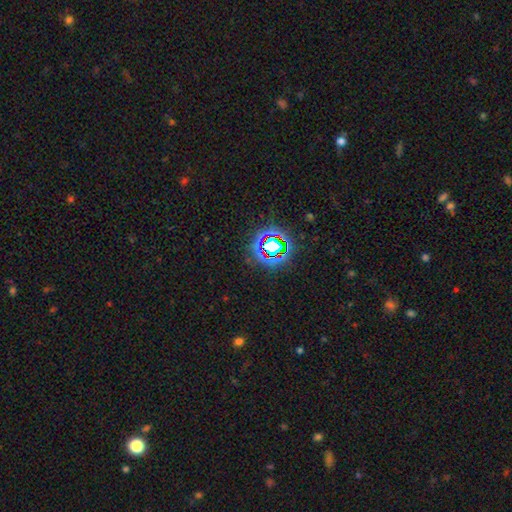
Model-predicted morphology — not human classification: Q: Smooth or featured?
A: star or artifact (77%); runner-up: smooth (14%)